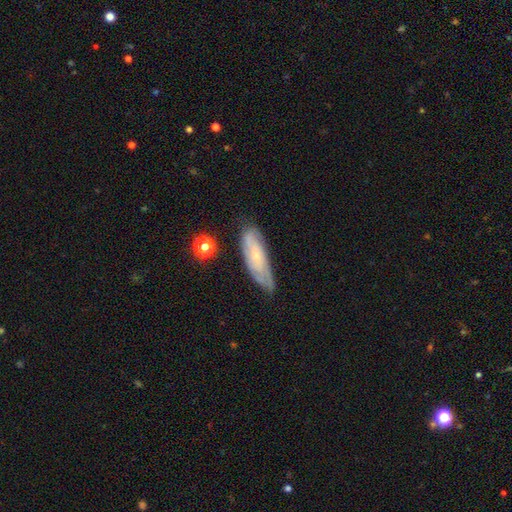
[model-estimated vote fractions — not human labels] Morphology: type=featured or disk (55%); edge-on=no (78%); merging=none (63%).